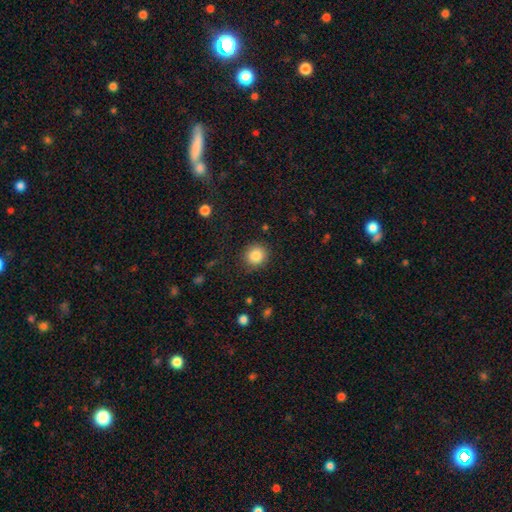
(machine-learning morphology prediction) This is clearly a smooth galaxy (85%). How rounded: clearly round (89%). Merging: clearly none (88%).